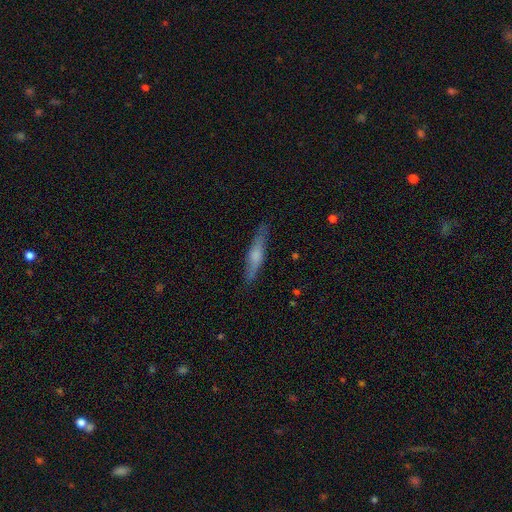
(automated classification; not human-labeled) Overall: featured or disk (49%; smooth 45%). Merging: none (83%).